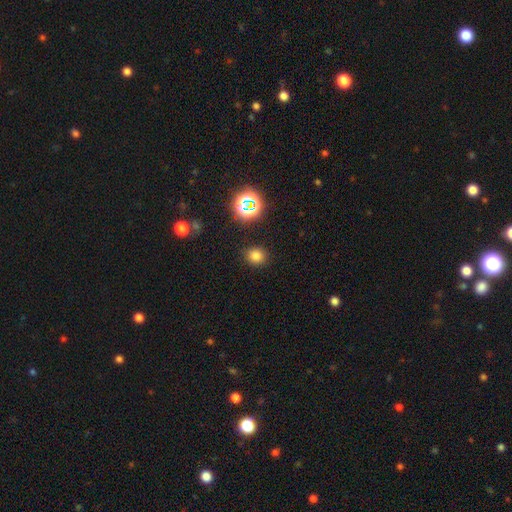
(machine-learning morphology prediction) Smooth or featured? smooth (75%)
How rounded? round (76%)
Merging? none (87%)